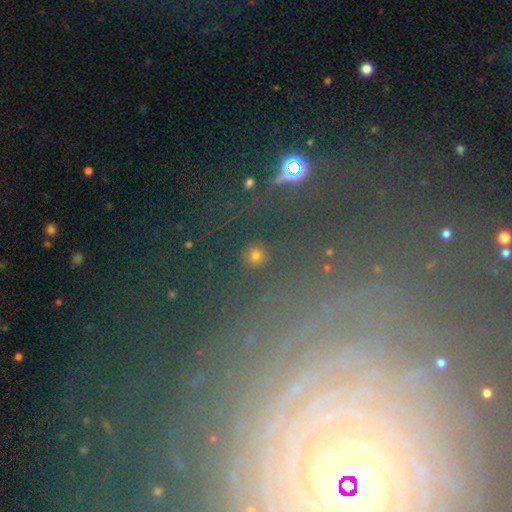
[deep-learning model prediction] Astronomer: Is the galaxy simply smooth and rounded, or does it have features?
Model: smooth — 59% (runner-up: star or artifact, 34%).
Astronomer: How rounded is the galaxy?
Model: round — 91%.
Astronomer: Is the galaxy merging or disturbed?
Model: none — 83%.